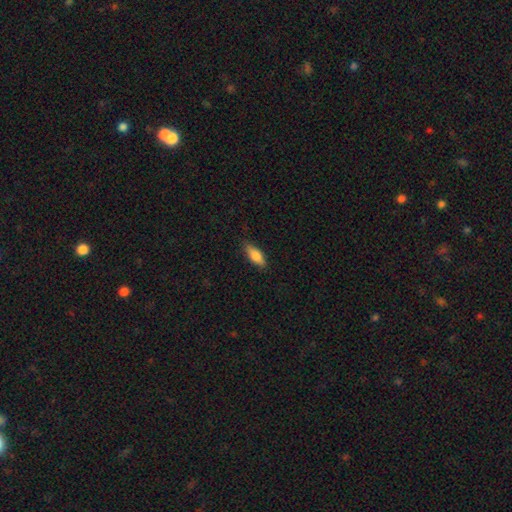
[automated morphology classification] smooth 80%, featured or disk 14%, star or artifact 6%. Down the decision tree: how rounded — in between (67%); merging — none (82%).